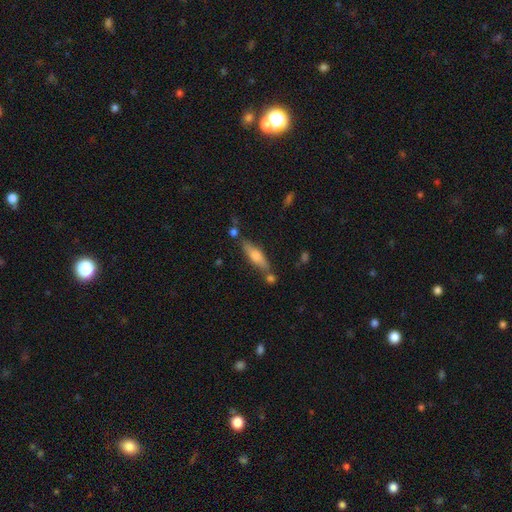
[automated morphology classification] Q: Smooth or featured?
A: smooth (53%); runner-up: featured or disk (39%)
Q: How rounded?
A: cigar-shaped (68%); runner-up: in between (30%)
Q: Merging?
A: none (69%); runner-up: minor disturbance (15%)